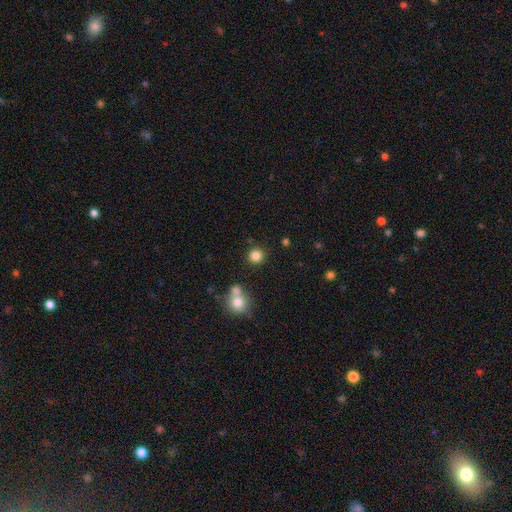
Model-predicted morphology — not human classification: A smooth galaxy with no disk features (83%) that is round (93%).

Vote fractions:
- Smooth or featured? smooth: 83% / star or artifact: 12% / featured or disk: 5%
- How rounded? round: 93% / in between: 6% / cigar-shaped: 1%
- Merging? none: 84% / minor disturbance: 7% / merger: 7% / major disturbance: 3%